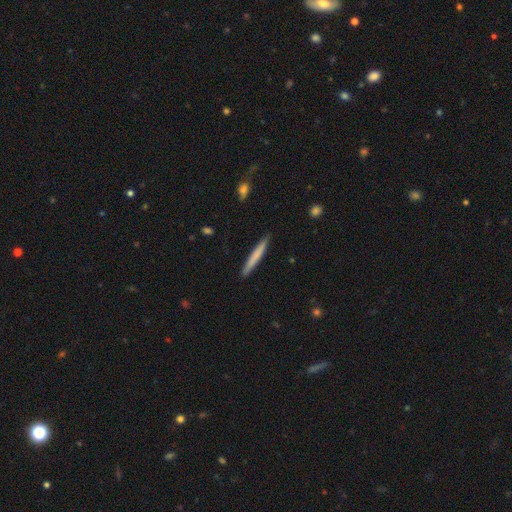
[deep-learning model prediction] A smooth galaxy with no disk features (69%) that is cigar-shaped (96%). Merging: none (90%).